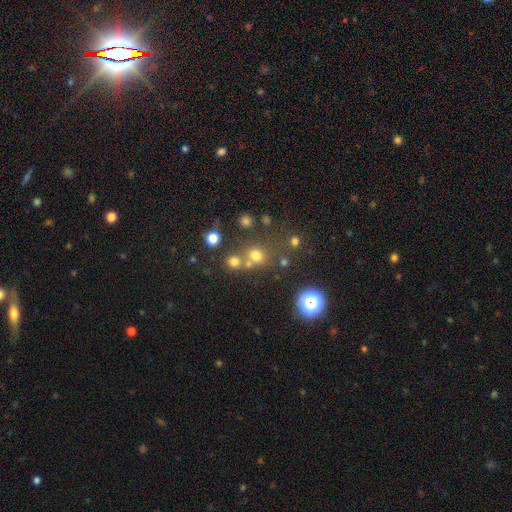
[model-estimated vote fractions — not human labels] This is likely a smooth galaxy (67%). How rounded: clearly round (83%). Merging: possibly none (60%).